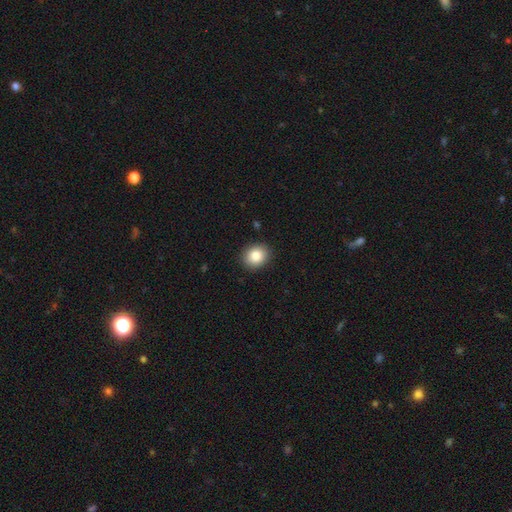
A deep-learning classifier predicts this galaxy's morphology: Smooth or featured: smooth — 85% (star or artifact — 9%)
How rounded: round — 65% (in between — 34%)
Merging: none — 90% (minor disturbance — 7%)